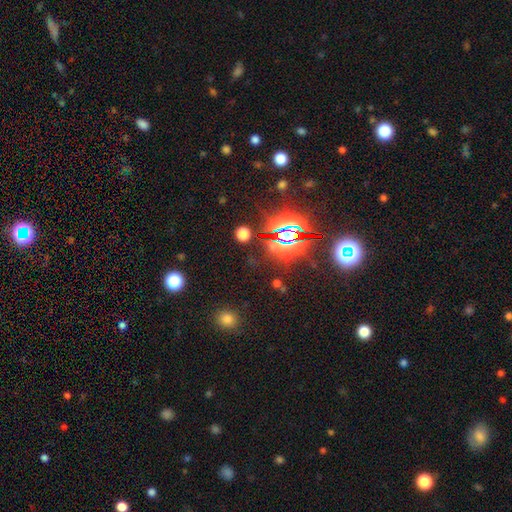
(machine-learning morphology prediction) type=star or artifact (80%).